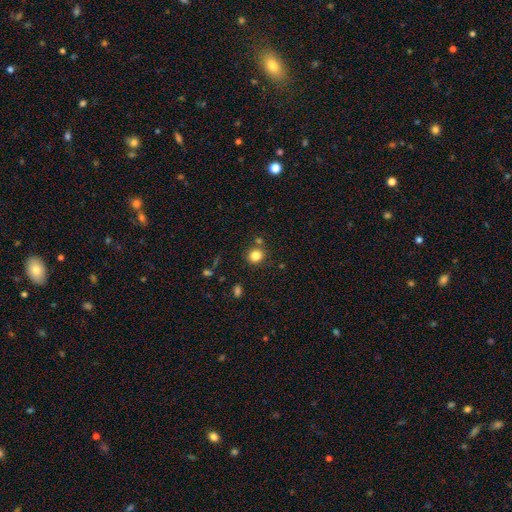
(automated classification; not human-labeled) Overall: smooth (82%). How rounded: round (77%). Merging: none (78%).